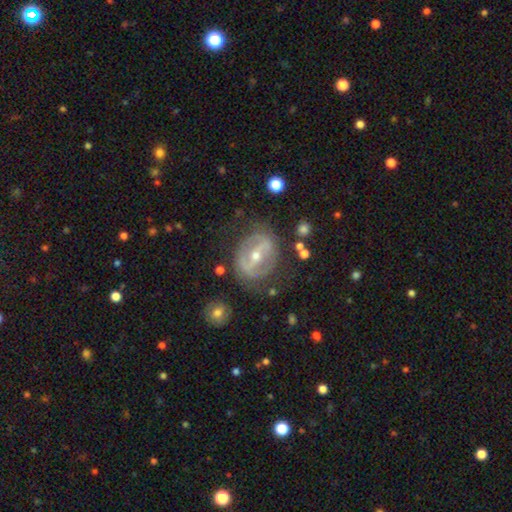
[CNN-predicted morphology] Smooth or featured? Predicted: featured or disk (p=0.78). Edge-on disk? Predicted: no (p=0.94). Bar? Predicted: strong (p=0.60). Spiral arms? Predicted: yes (p=0.52). Bulge size? Predicted: moderate (p=0.55). Merging? Predicted: none (p=0.68).